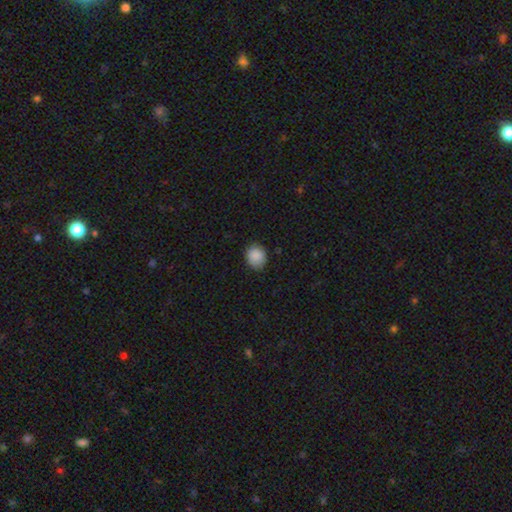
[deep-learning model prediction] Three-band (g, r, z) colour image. It shows a smooth galaxy with no disk features (89%) that is round (67%). Merging: none (81%).